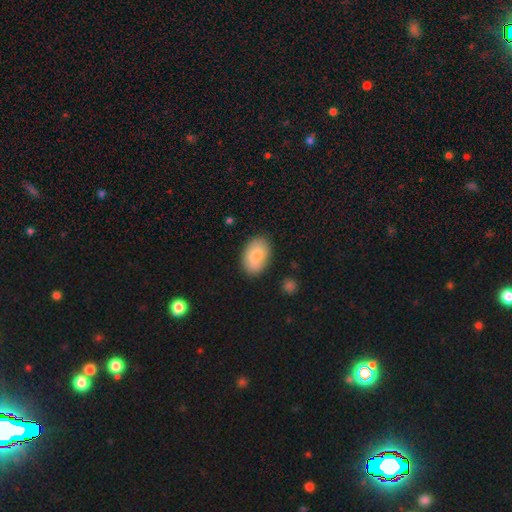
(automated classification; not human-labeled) Q: Smooth or featured?
A: smooth (84%); runner-up: featured or disk (10%)
Q: How rounded?
A: in between (91%); runner-up: round (8%)
Q: Merging?
A: none (84%); runner-up: minor disturbance (11%)